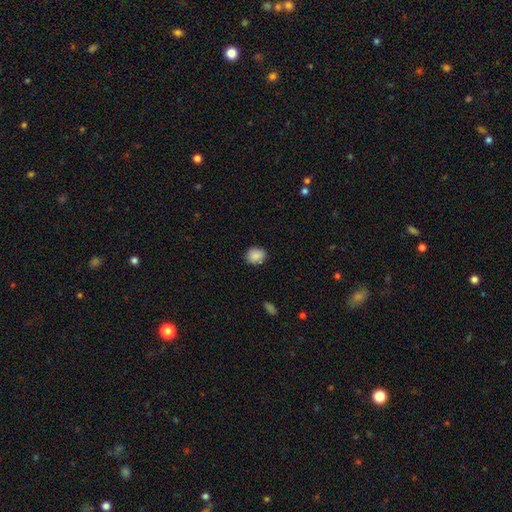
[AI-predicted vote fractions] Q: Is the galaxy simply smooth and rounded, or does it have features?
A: smooth — 88%.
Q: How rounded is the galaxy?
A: round — 74%.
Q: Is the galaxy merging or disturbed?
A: none — 87%.